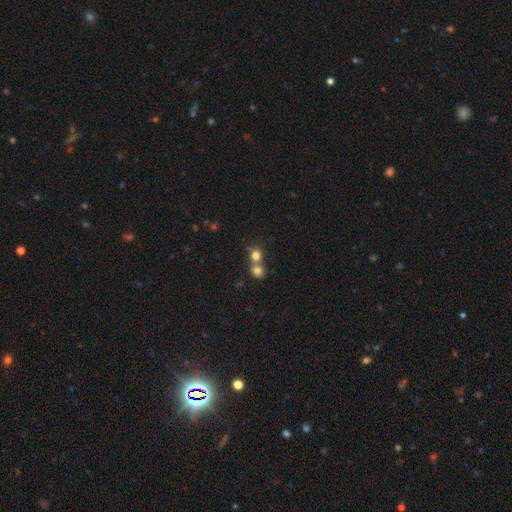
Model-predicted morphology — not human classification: Smooth or featured? Predicted: smooth (p=0.78). How rounded? Predicted: round (p=0.85). Merging? Predicted: merger (p=0.50).